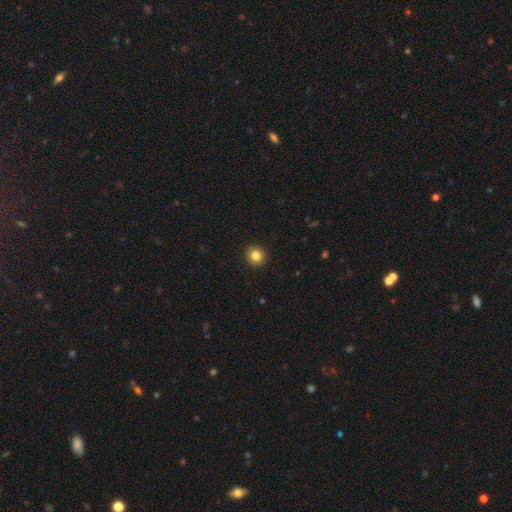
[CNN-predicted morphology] The model was most divided on "smooth or featured": smooth: 83%, star or artifact: 11%, featured or disk: 6%. More confident: merging — none (93%); how rounded — round (92%).